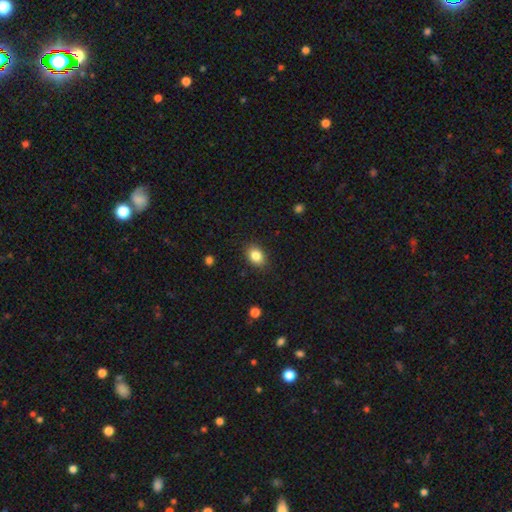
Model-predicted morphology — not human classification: type=smooth (84%); roundness=in between (69%); merging=none (87%).